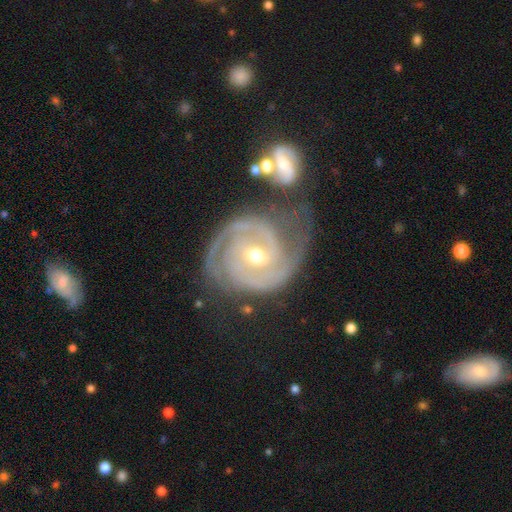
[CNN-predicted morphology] smooth_or_featured: featured or disk (p=0.91) [alt: star or artifact p=0.05]
disk_edge_on: no (p=0.98) [alt: yes p=0.02]
bar: no (p=0.44) [alt: weak p=0.37]
has_spiral_arms: yes (p=0.98) [alt: no p=0.02]
spiral_winding: tight (p=0.69) [alt: medium p=0.26]
spiral_arm_count: 2 (p=0.65) [alt: 3 p=0.17]
bulge_size: moderate (p=0.55) [alt: small p=0.41]
merging: none (p=0.54) [alt: minor disturbance p=0.21]